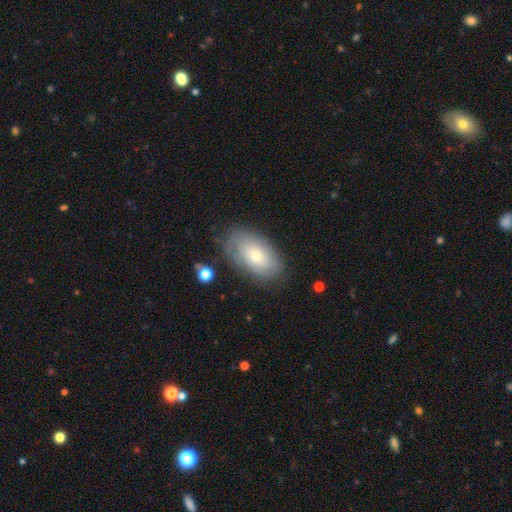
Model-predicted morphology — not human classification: A smooth galaxy with no disk features (57%) that is in between round and cigar-shaped (93%). Merging: none (75%).